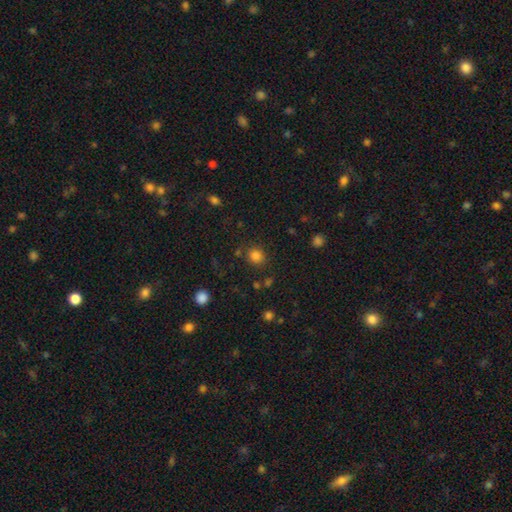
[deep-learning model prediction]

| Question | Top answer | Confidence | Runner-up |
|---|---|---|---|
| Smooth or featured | smooth | 81% | star or artifact (14%) |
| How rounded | round | 80% | in between (19%) |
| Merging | none | 81% | minor disturbance (10%) |